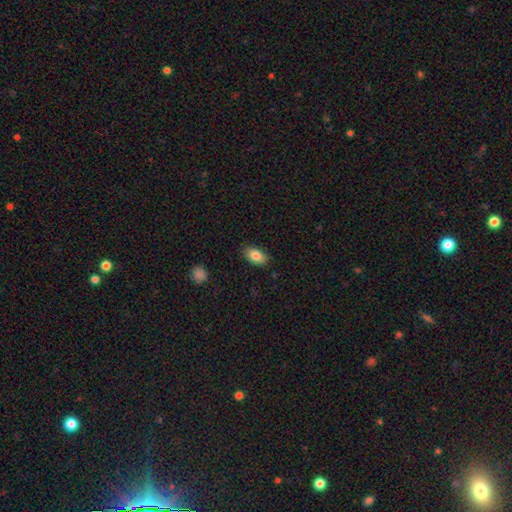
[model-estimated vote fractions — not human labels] Smooth or featured? smooth (84%)
How rounded? in between (91%)
Merging? none (85%)